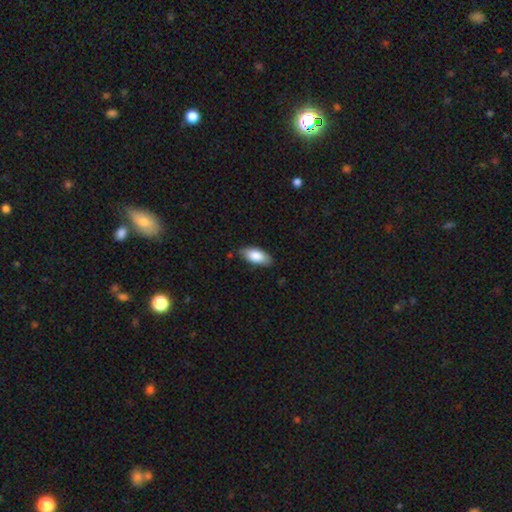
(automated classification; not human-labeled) Smooth or featured: smooth — 83% (featured or disk — 11%)
How rounded: in between — 89% (cigar-shaped — 9%)
Merging: none — 81% (minor disturbance — 16%)